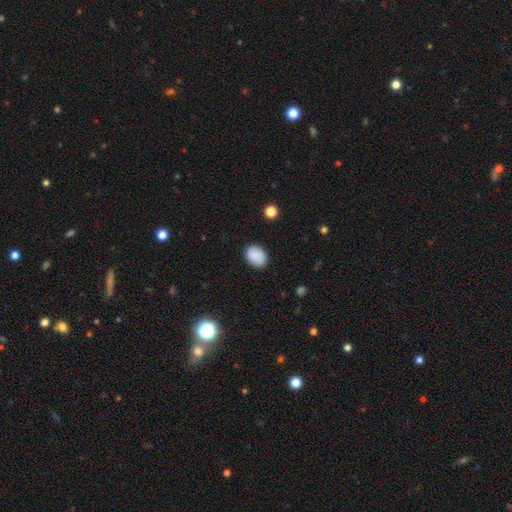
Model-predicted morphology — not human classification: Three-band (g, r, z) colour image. It shows a smooth galaxy with no disk features (86%) that is in between round and cigar-shaped (68%). Merging: none (85%).